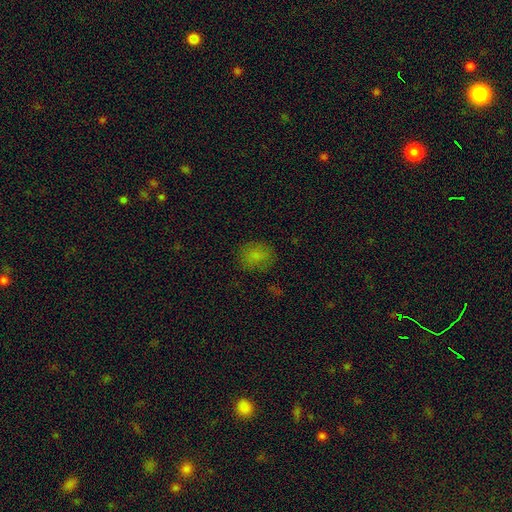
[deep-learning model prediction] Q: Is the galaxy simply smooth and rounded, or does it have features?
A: smooth — 75%.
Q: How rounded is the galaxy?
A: round — 57%.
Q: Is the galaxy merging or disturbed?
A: none — 75%.